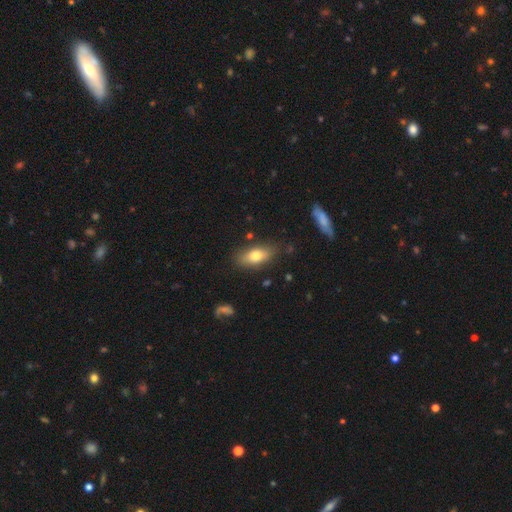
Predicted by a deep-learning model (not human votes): Q: Smooth or featured?
A: smooth (74%); runner-up: featured or disk (19%)
Q: How rounded?
A: in between (81%); runner-up: cigar-shaped (14%)
Q: Merging?
A: none (80%); runner-up: minor disturbance (14%)